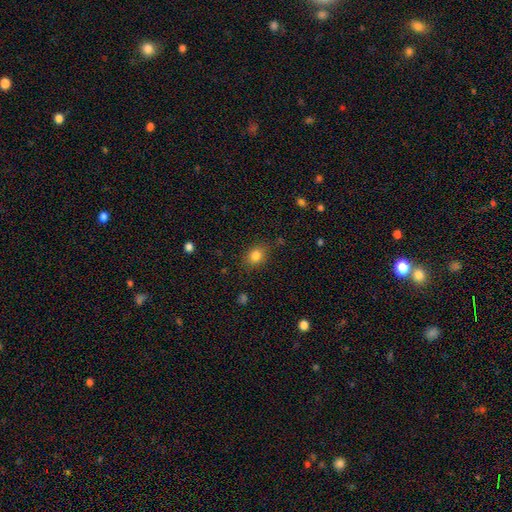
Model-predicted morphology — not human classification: Q: Smooth or featured?
A: smooth (82%); runner-up: star or artifact (11%)
Q: How rounded?
A: in between (56%); runner-up: round (42%)
Q: Merging?
A: none (81%); runner-up: minor disturbance (13%)